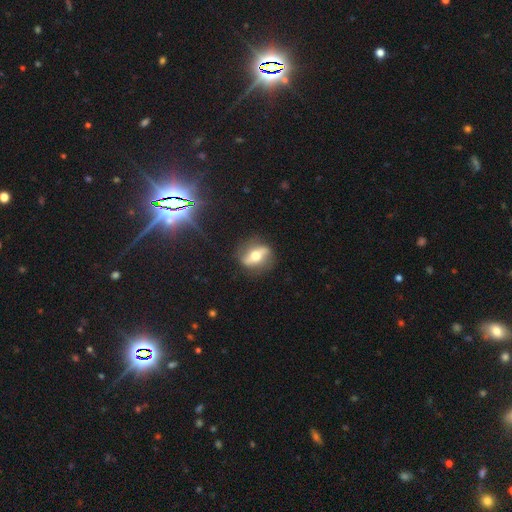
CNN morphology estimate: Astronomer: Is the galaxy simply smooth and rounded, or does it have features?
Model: featured or disk — 64%.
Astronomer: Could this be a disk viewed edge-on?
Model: no — 67%.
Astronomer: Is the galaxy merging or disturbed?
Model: none — 80%.